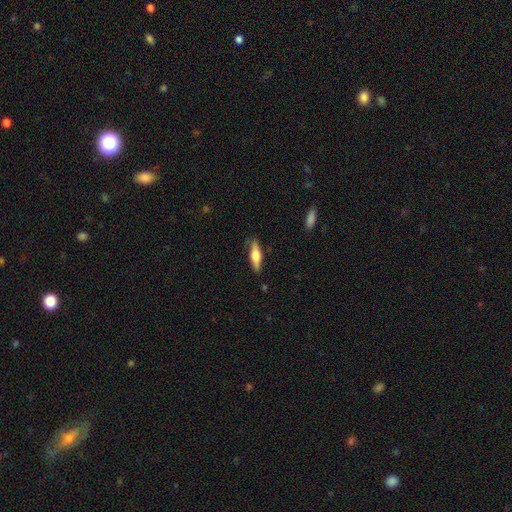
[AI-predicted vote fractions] This is possibly a smooth galaxy (50%). How rounded: possibly cigar-shaped (59%). Merging: clearly none (83%).